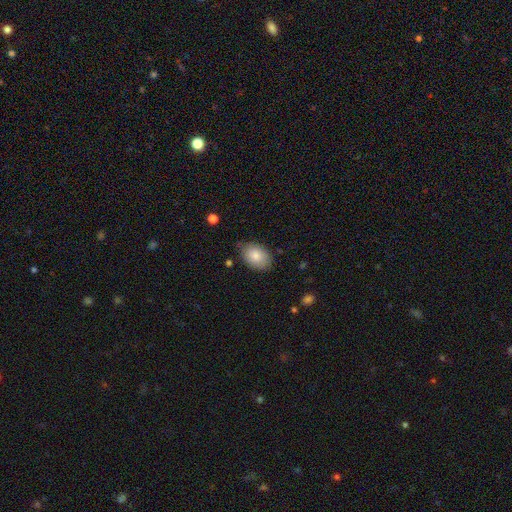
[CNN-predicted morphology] Smooth or featured? smooth (84%)
How rounded? in between (86%)
Merging? none (78%)